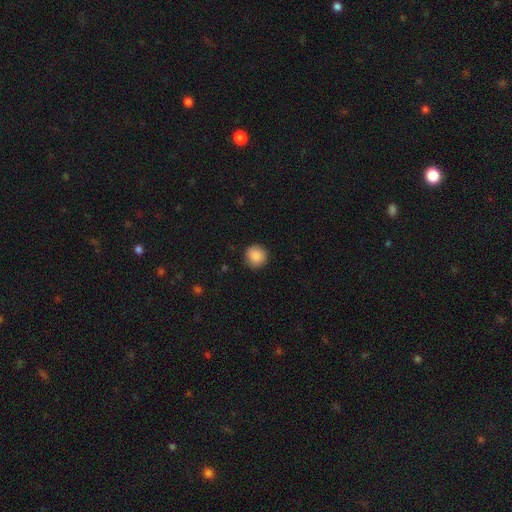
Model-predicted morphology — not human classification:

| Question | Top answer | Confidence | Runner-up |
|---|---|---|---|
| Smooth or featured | smooth | 89% | star or artifact (8%) |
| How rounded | round | 93% | in between (6%) |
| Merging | none | 90% | minor disturbance (7%) |